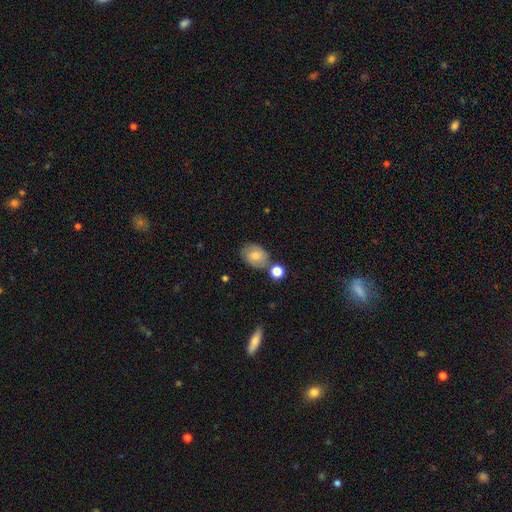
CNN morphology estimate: A smooth galaxy with no disk features (72%) that is in between round and cigar-shaped (67%). Merging: none (63%).